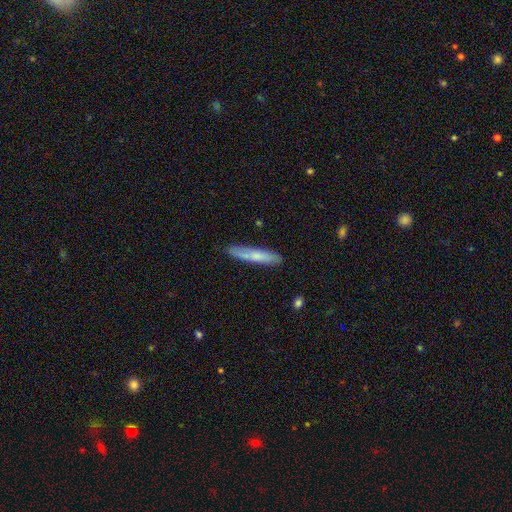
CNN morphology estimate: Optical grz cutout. It shows a smooth galaxy with no disk features (68%) that is cigar-shaped (92%). Merging: none (84%).